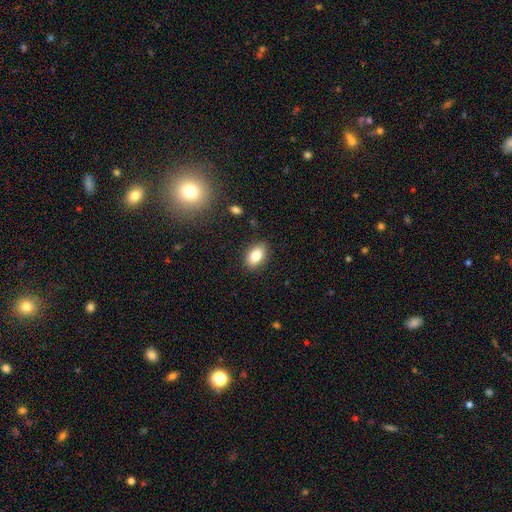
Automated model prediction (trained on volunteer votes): A smooth galaxy with no disk features (82%) that is in between round and cigar-shaped (88%). Merging: none (86%).